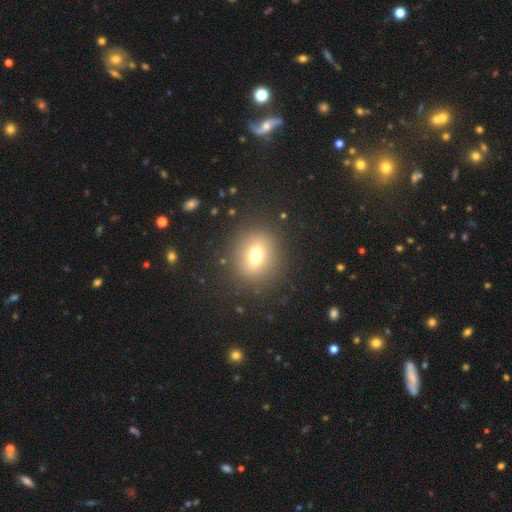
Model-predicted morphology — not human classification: Smooth or featured?
  - smooth: 66% *
  - featured or disk: 20%
  - star or artifact: 14%
How rounded?
  - round: 60% *
  - in between: 38%
  - cigar-shaped: 3%
Merging?
  - none: 86% *
  - minor disturbance: 8%
  - major disturbance: 4%
  - merger: 2%